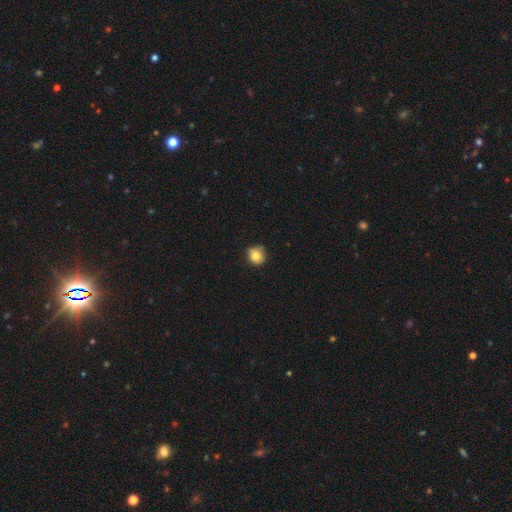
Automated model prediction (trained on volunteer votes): Smooth or featured? smooth (79%)
How rounded? round (89%)
Merging? none (71%)